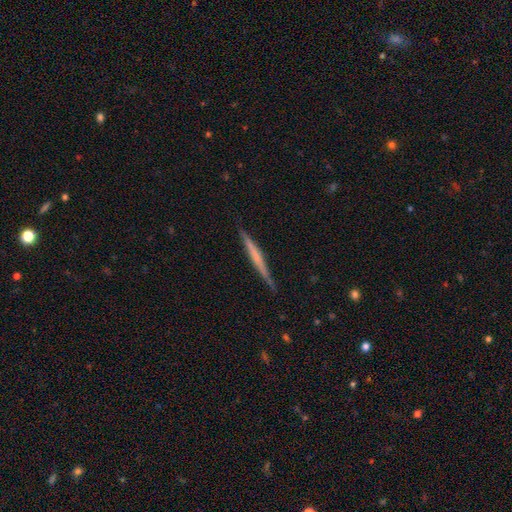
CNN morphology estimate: smooth_or_featured: featured or disk (p=0.54) [alt: smooth p=0.40]
disk_edge_on: yes (p=0.97) [alt: no p=0.03]
edge_on_bulge: none (p=0.73) [alt: rounded p=0.14]
merging: none (p=0.87) [alt: minor disturbance p=0.10]